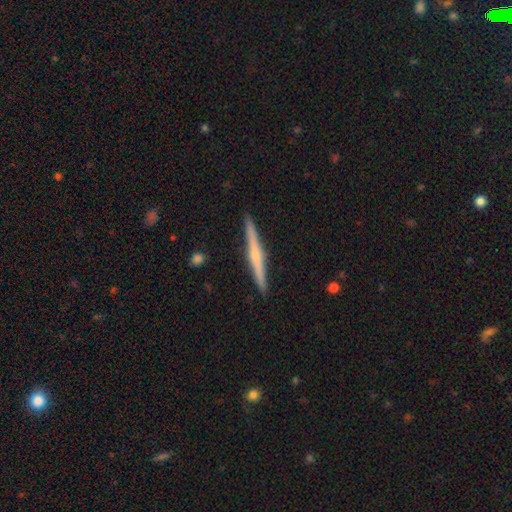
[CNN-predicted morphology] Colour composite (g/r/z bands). It shows a featured or disk galaxy (66%) viewed edge-on (98%) with a rounded central bulge (67%). Merging: none (92%).